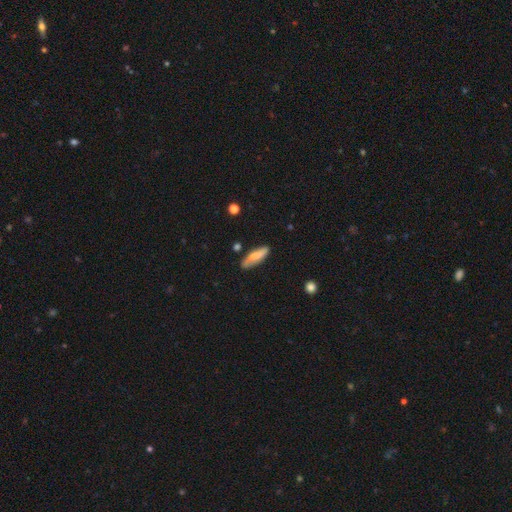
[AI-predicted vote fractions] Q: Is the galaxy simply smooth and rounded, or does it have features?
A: smooth — 66%.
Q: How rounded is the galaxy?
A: cigar-shaped — 51%.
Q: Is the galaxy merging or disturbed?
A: none — 70%.